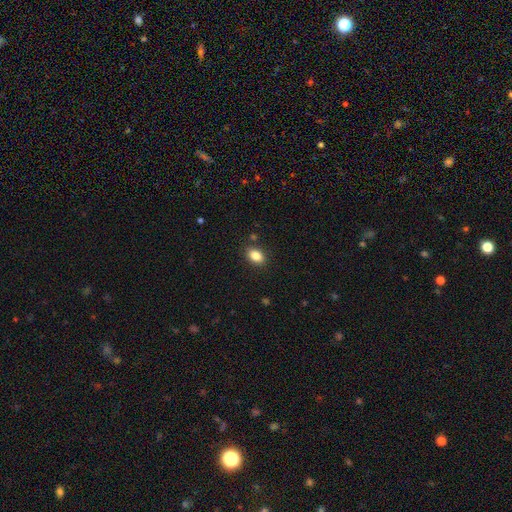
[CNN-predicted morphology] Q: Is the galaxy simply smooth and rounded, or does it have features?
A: smooth — 85%.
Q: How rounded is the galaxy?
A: in between — 82%.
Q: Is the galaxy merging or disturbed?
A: none — 87%.